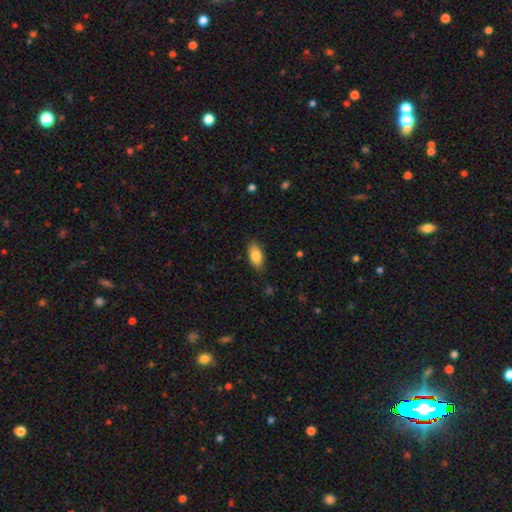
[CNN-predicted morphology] Smooth or featured? Predicted: smooth (p=0.82). How rounded? Predicted: in between (p=0.89). Merging? Predicted: none (p=0.84).